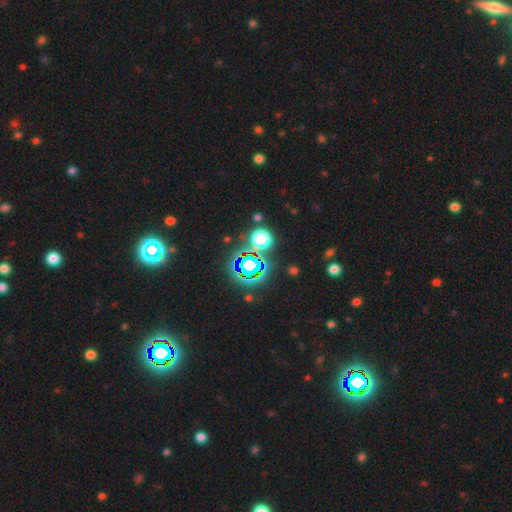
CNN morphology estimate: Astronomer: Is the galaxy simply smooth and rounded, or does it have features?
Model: star or artifact — 81%.